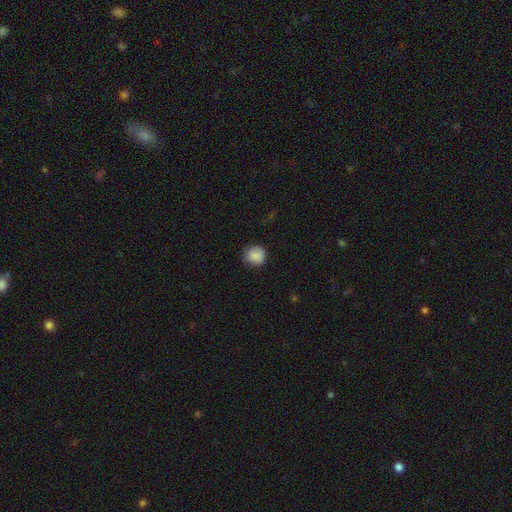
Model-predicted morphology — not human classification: A smooth galaxy with no disk features (88%) that is round (87%). Merging: none (81%).